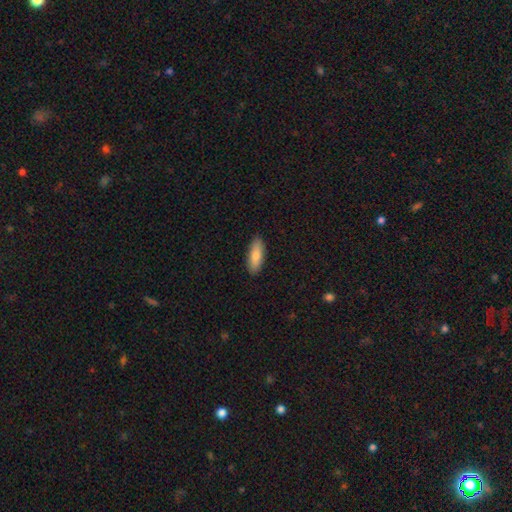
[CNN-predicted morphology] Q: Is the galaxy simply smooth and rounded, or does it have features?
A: smooth — 80%.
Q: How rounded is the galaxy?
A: in between — 66%.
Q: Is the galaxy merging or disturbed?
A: none — 89%.